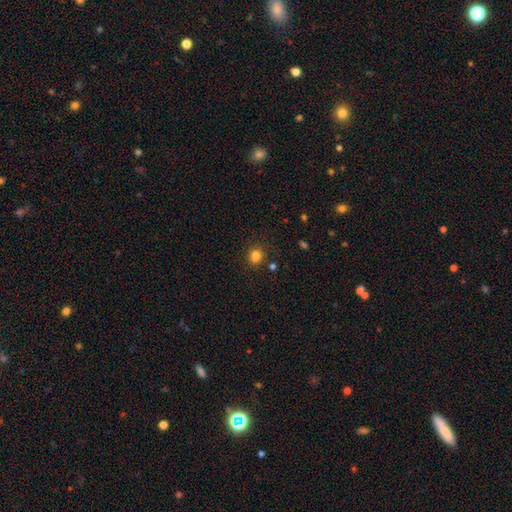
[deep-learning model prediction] Smooth or featured? smooth (79%)
How rounded? round (70%)
Merging? none (71%)